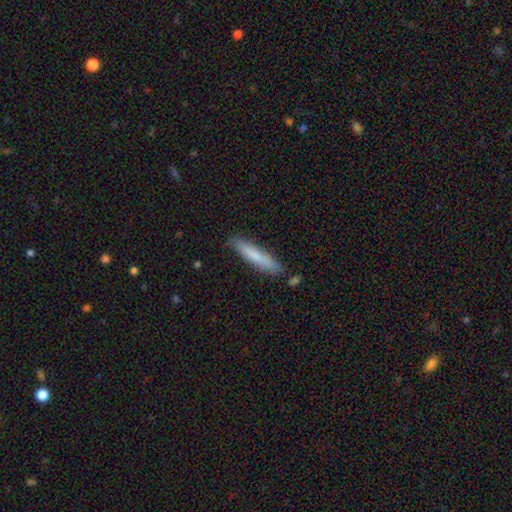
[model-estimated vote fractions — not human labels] Smooth or featured? smooth (75%)
How rounded? cigar-shaped (90%)
Merging? none (81%)